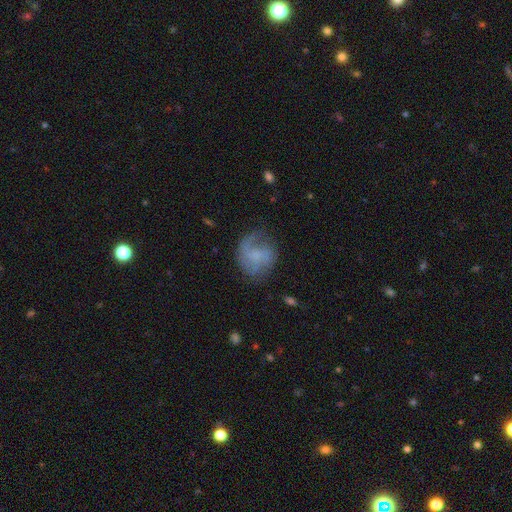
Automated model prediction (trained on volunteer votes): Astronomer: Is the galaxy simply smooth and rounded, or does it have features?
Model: featured or disk — 53% (runner-up: smooth, 37%).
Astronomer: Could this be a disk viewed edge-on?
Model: no — 98%.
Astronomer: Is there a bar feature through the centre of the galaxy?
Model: no — 59%.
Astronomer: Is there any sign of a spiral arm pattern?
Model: yes — 80%.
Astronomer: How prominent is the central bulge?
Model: none — 47% (runner-up: small, 31%).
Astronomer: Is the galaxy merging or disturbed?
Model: none — 54%.